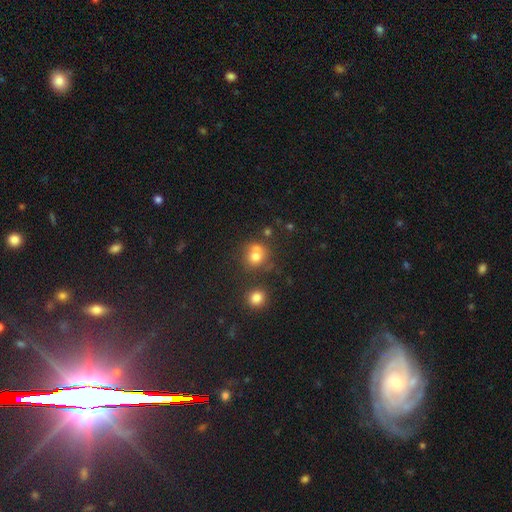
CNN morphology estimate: Q: Smooth or featured?
A: smooth (72%); runner-up: star or artifact (15%)
Q: How rounded?
A: round (83%); runner-up: in between (16%)
Q: Merging?
A: none (49%); runner-up: merger (34%)